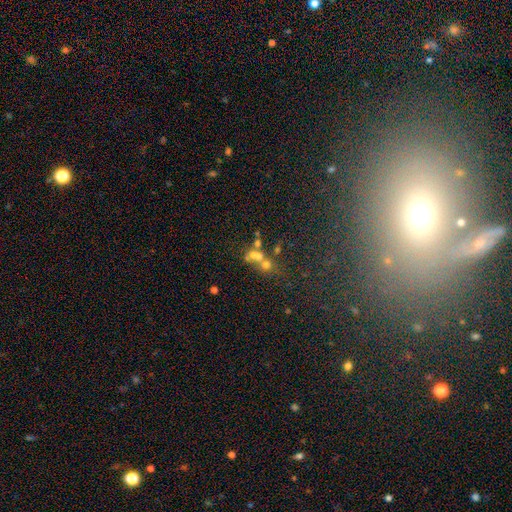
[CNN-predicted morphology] Overall: smooth (44%; featured or disk 28%). Merging: merger (53%; none 32%).